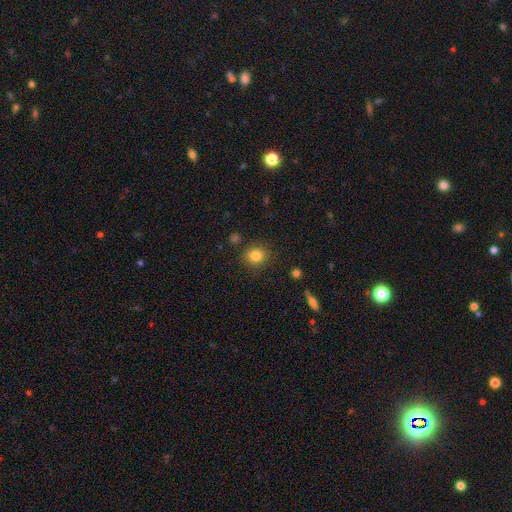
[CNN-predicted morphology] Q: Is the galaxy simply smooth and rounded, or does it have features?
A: smooth — 83%.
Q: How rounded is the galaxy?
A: round — 80%.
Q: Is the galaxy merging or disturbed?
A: none — 87%.